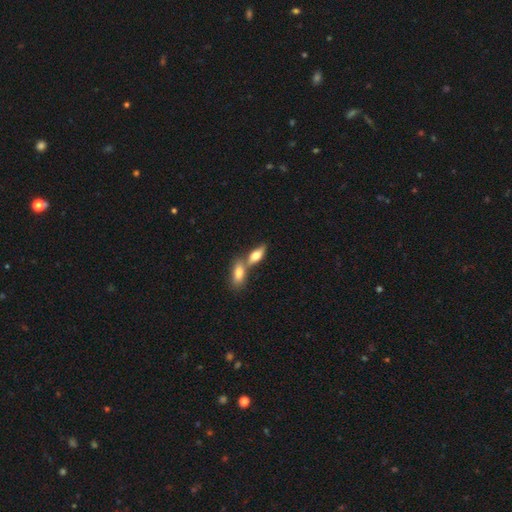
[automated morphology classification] Smooth or featured: smooth — 65% (featured or disk — 28%)
How rounded: in between — 75% (cigar-shaped — 21%)
Merging: merger — 51% (none — 37%)